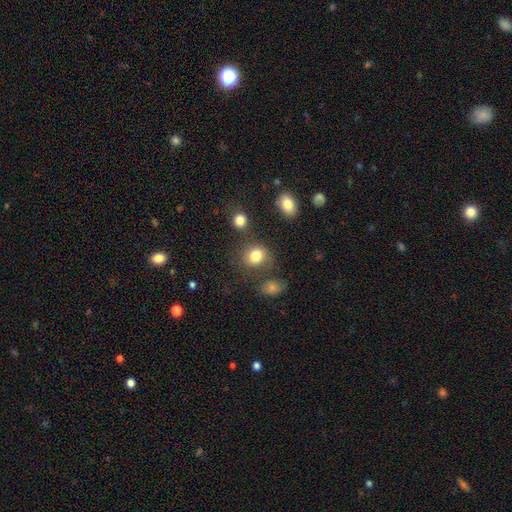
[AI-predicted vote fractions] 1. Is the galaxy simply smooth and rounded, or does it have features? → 81% smooth, 11% star or artifact, 8% featured or disk.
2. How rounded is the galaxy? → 61% round, 38% in between, 1% cigar-shaped.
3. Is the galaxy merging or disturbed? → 66% none, 17% minor disturbance, 10% merger, 8% major disturbance.